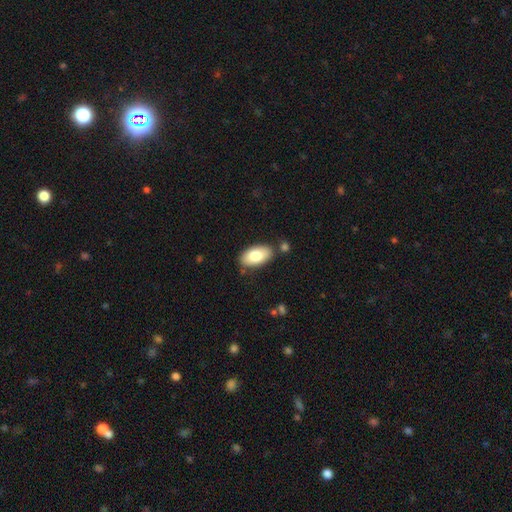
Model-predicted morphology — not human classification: smooth_or_featured: smooth (p=0.78) [alt: featured or disk p=0.16]
how_rounded: in between (p=0.94) [alt: round p=0.03]
merging: none (p=0.79) [alt: minor disturbance p=0.13]